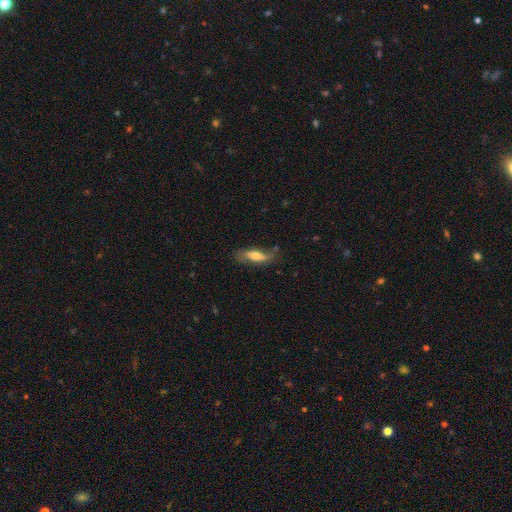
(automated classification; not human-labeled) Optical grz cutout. It shows a smooth galaxy with no disk features (57%) that is in between round and cigar-shaped (53%). Merging: none (68%).